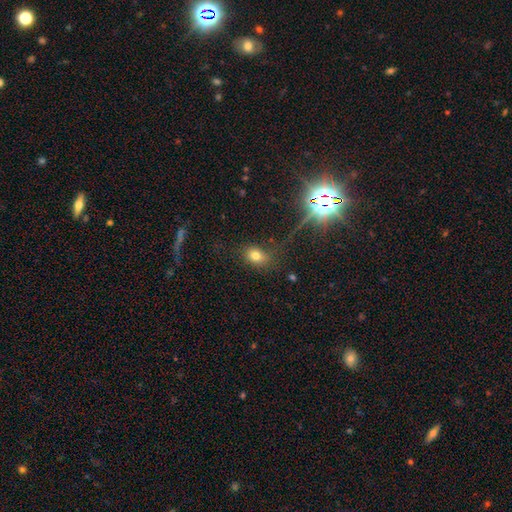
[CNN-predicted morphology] smooth-or-featured: smooth: 73% | star or artifact: 17% | featured or disk: 10%
  how-rounded: in between: 66% | round: 33% | cigar-shaped: 2%
  merging: none: 75% | minor disturbance: 14% | major disturbance: 7% | merger: 4%